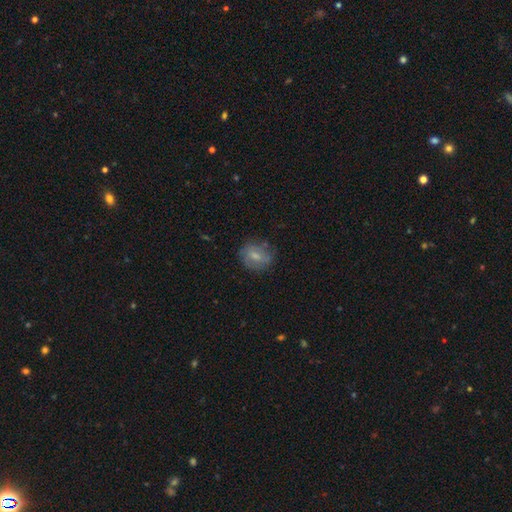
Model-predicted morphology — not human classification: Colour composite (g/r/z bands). It shows a smooth galaxy with no disk features (60%) that is round (62%). Merging: none (72%).